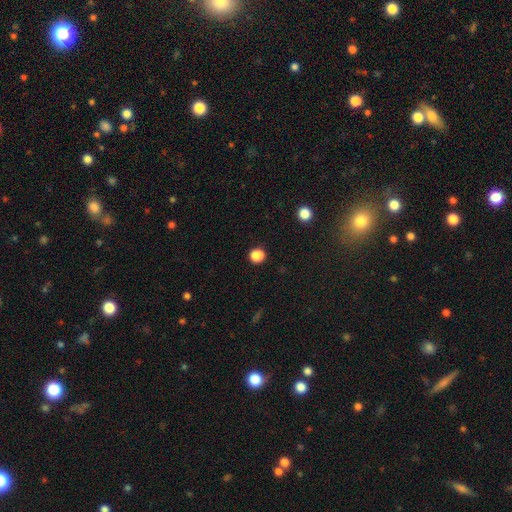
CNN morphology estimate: Smooth or featured?
  - smooth: 85% *
  - star or artifact: 12%
  - featured or disk: 3%
How rounded?
  - round: 79% *
  - in between: 20%
  - cigar-shaped: 1%
Merging?
  - none: 87% *
  - minor disturbance: 8%
  - merger: 3%
  - major disturbance: 2%